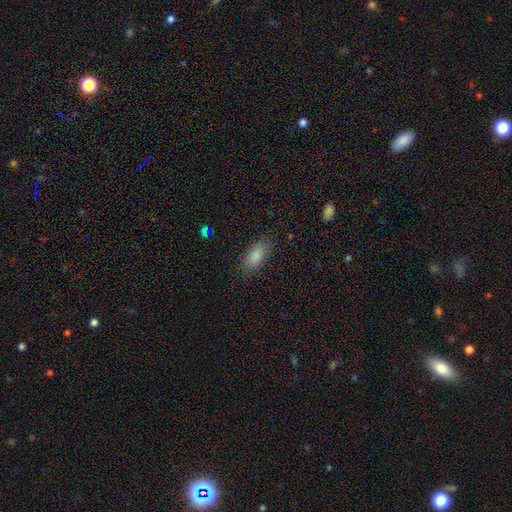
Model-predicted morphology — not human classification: smooth 86%, star or artifact 7%, featured or disk 7%. Down the decision tree: how rounded — in between (89%); merging — none (82%).